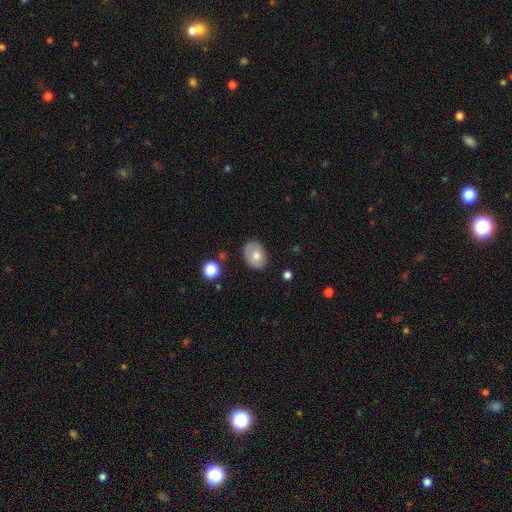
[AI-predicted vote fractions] Overall: smooth (71%). How rounded: in between (71%). Merging: none (74%).